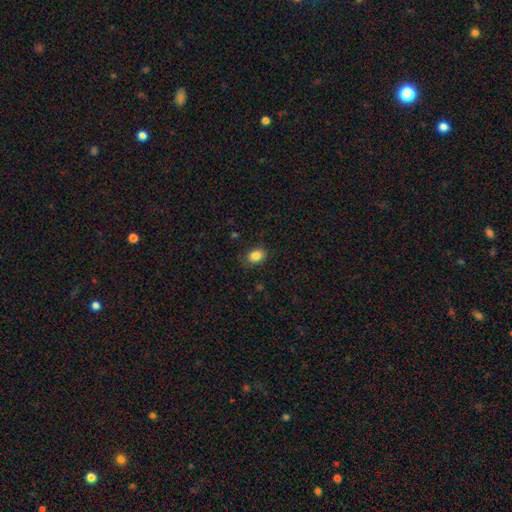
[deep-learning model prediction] Q: Smooth or featured?
A: smooth (85%); runner-up: star or artifact (10%)
Q: How rounded?
A: in between (60%); runner-up: round (39%)
Q: Merging?
A: none (80%); runner-up: minor disturbance (15%)